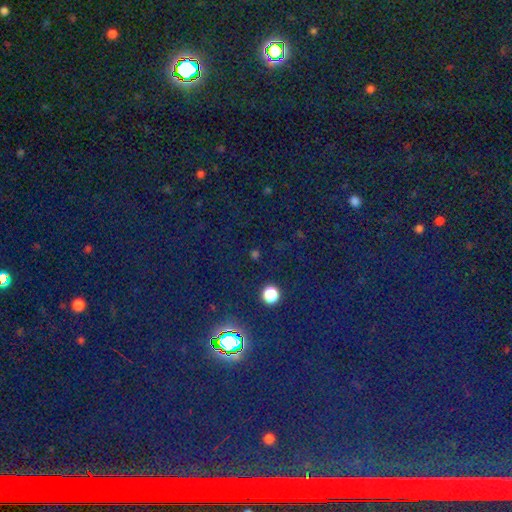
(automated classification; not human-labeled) The model was most divided on "smooth or featured": star or artifact: 79%, smooth: 13%, featured or disk: 7%.